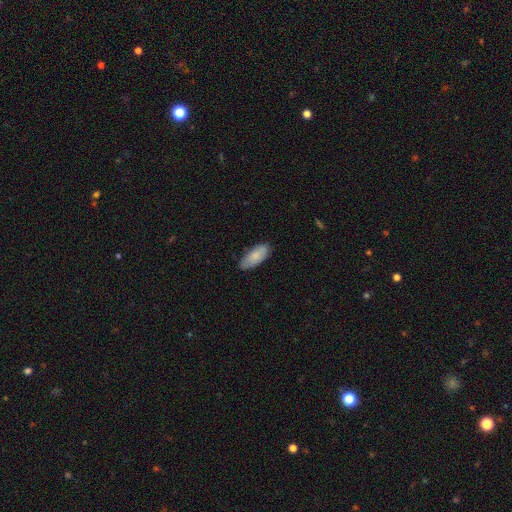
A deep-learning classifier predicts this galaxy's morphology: Smooth or featured? Predicted: smooth (p=0.83). How rounded? Predicted: in between (p=0.87). Merging? Predicted: none (p=0.78).